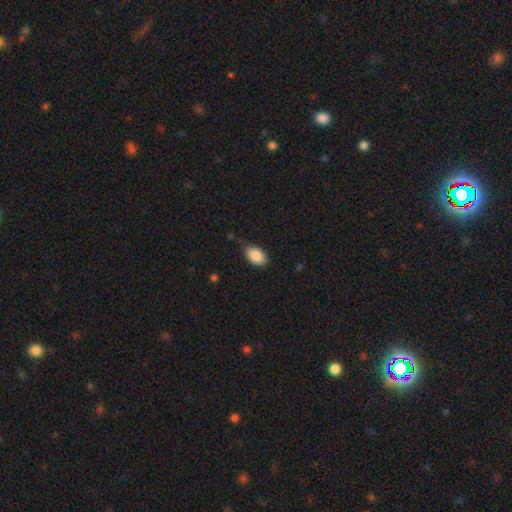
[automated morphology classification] Smooth or featured? Predicted: smooth (p=0.87). How rounded? Predicted: in between (p=0.92). Merging? Predicted: none (p=0.76).